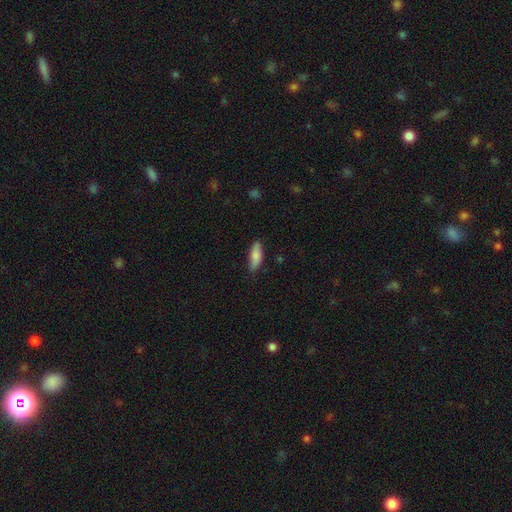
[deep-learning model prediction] smooth_or_featured: smooth (p=0.81) [alt: featured or disk p=0.13]
how_rounded: in between (p=0.65) [alt: cigar-shaped p=0.33]
merging: none (p=0.79) [alt: minor disturbance p=0.17]